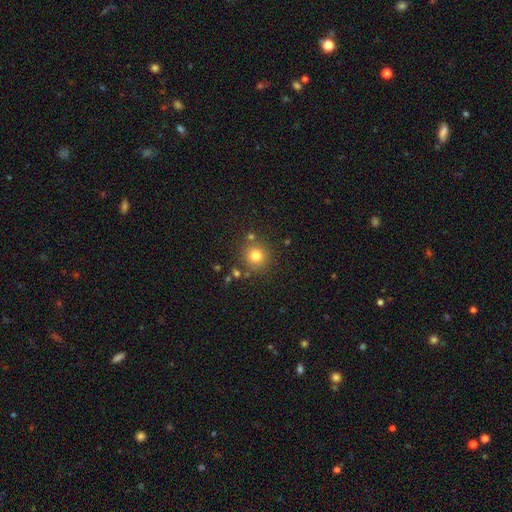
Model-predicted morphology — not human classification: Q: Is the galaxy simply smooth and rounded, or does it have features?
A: smooth — 78%.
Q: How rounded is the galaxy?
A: round — 93%.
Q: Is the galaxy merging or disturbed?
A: none — 81%.